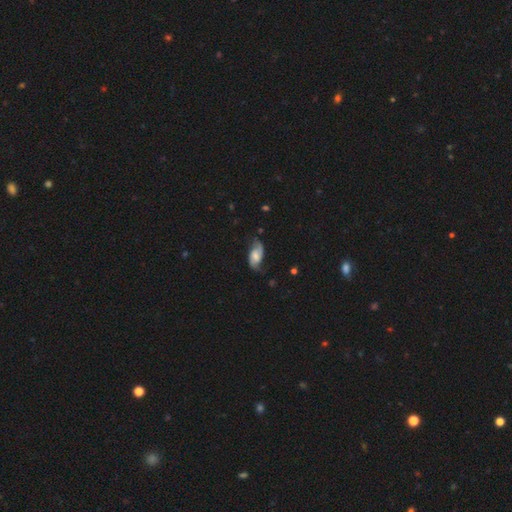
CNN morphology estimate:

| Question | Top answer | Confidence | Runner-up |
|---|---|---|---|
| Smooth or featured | featured or disk | 64% | smooth (28%) |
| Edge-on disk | no | 95% | yes (5%) |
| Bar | no | 55% | weak (36%) |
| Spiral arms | yes | 92% | no (8%) |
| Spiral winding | loose | 42% | medium (38%) |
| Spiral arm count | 2 | 85% | can't tell (7%) |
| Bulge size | moderate | 44% | small (31%) |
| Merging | none | 63% | minor disturbance (25%) |